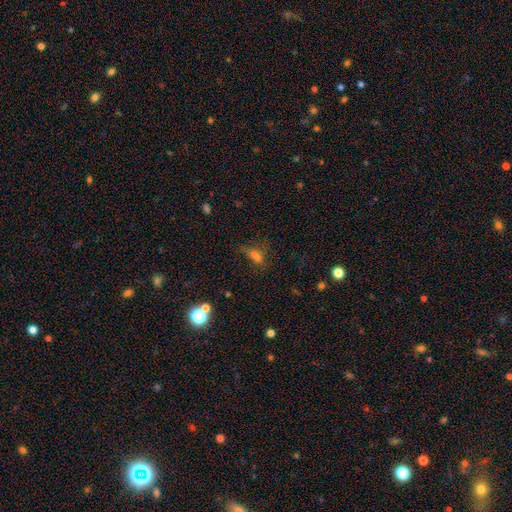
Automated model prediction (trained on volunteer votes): A smooth galaxy with no disk features (48%). Merging: none (46%).